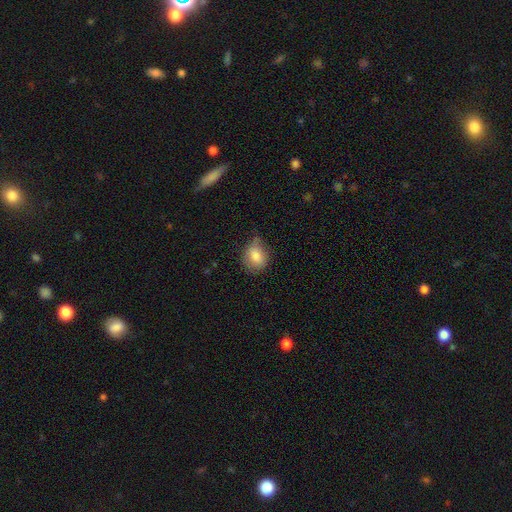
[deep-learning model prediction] Smooth or featured?
  - smooth: 82% *
  - featured or disk: 11%
  - star or artifact: 8%
How rounded?
  - in between: 57% *
  - round: 41%
  - cigar-shaped: 1%
Merging?
  - none: 55% *
  - minor disturbance: 34%
  - major disturbance: 9%
  - merger: 2%